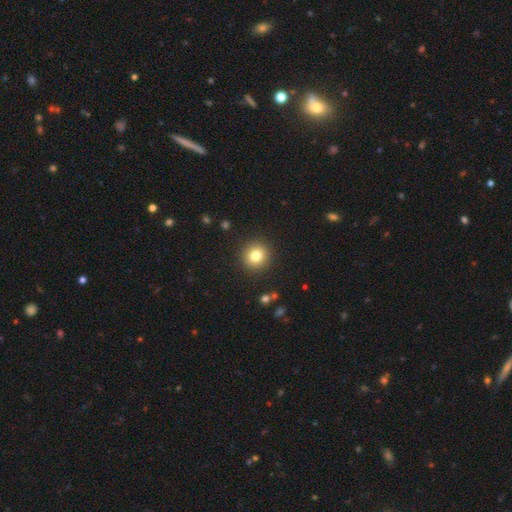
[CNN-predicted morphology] Smooth or featured? Predicted: smooth (p=0.80). How rounded? Predicted: round (p=0.91). Merging? Predicted: none (p=0.91).